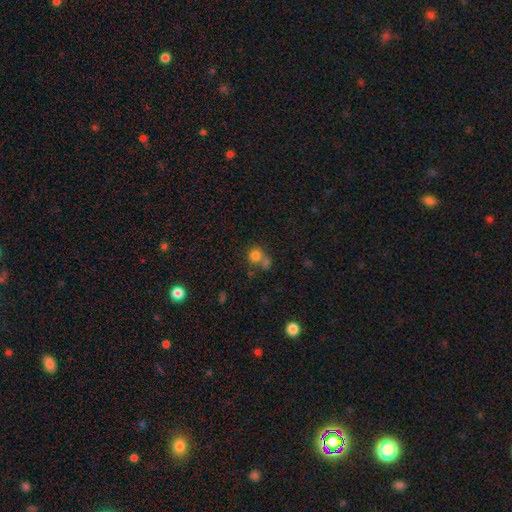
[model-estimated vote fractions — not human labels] Q: Smooth or featured?
A: smooth (77%); runner-up: star or artifact (13%)
Q: How rounded?
A: round (84%); runner-up: in between (15%)
Q: Merging?
A: none (44%); runner-up: merger (40%)